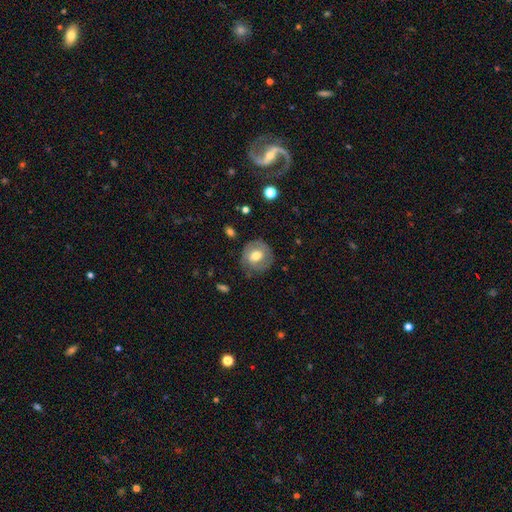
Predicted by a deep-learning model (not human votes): smooth_or_featured: smooth (p=0.56) [alt: featured or disk p=0.37]
how_rounded: round (p=0.85) [alt: in between p=0.14]
merging: none (p=0.73) [alt: minor disturbance p=0.19]